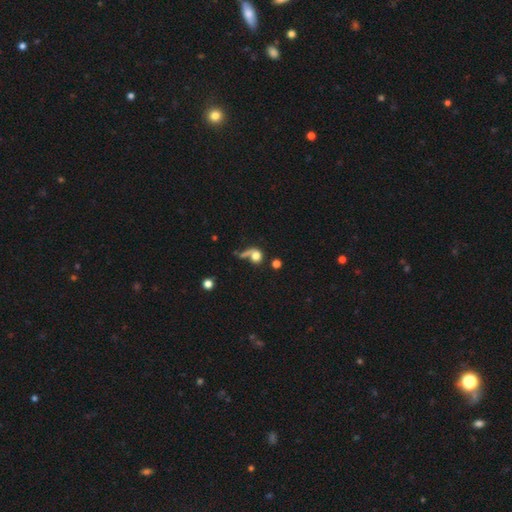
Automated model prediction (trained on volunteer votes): smooth-or-featured: smooth: 69% | featured or disk: 18% | star or artifact: 13%
  how-rounded: round: 70% | in between: 27% | cigar-shaped: 4%
  merging: none: 36% | merger: 26% | major disturbance: 24% | minor disturbance: 14%